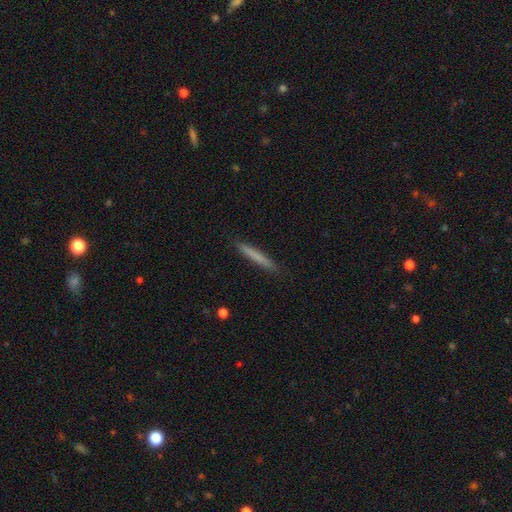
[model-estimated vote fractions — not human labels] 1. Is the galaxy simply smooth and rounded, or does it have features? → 73% smooth, 21% featured or disk, 6% star or artifact.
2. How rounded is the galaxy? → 96% cigar-shaped, 3% in between, 1% round.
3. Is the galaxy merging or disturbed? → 91% none, 7% minor disturbance, 1% major disturbance, 1% merger.